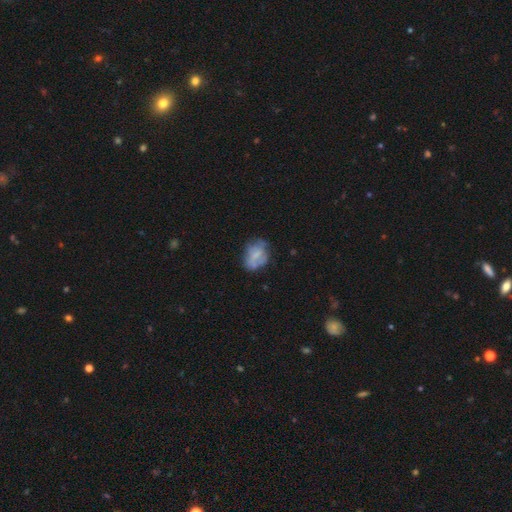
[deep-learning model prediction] This appears to be a smooth galaxy with no disk features (50%). Merging: none (48%).